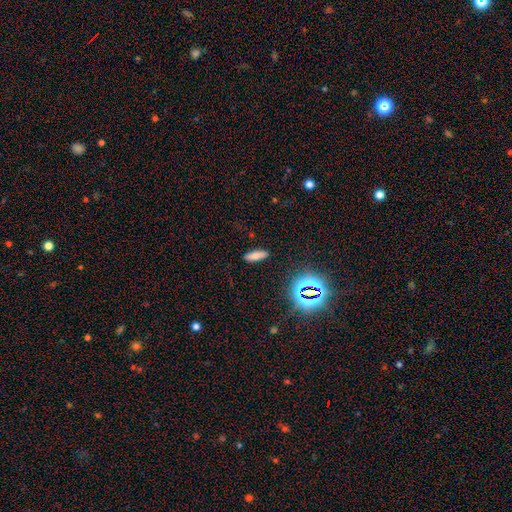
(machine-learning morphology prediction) Overall: smooth (70%). How rounded: in between (52%; cigar-shaped 45%). Merging: none (88%).